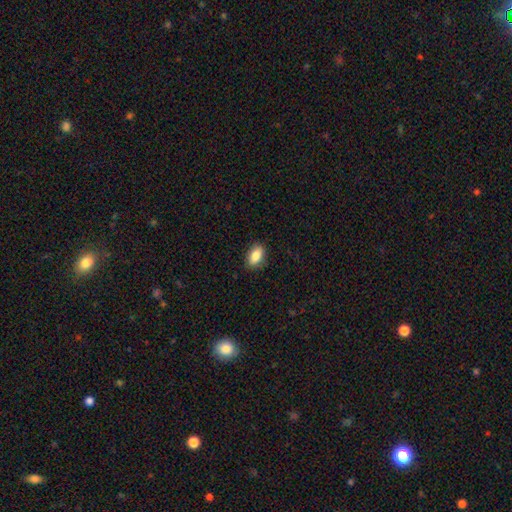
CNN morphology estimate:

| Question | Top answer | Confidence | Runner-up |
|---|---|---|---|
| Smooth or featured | smooth | 86% | star or artifact (7%) |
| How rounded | in between | 90% | round (7%) |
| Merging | none | 87% | minor disturbance (10%) |